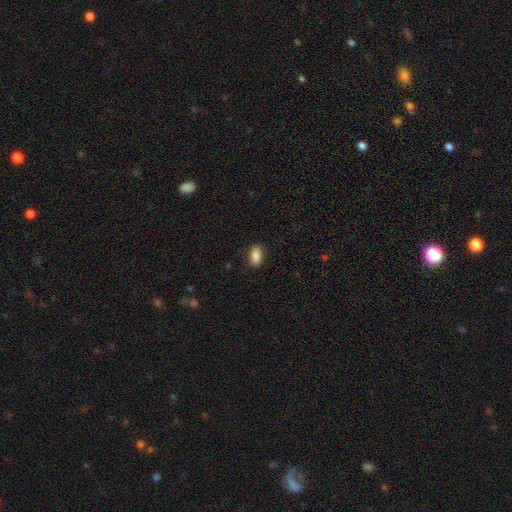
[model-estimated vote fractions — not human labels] A smooth galaxy with no disk features (88%) that is in between round and cigar-shaped (91%).

Vote fractions:
- Smooth or featured? smooth: 88% / star or artifact: 8% / featured or disk: 4%
- How rounded? in between: 91% / round: 6% / cigar-shaped: 3%
- Merging? none: 86% / minor disturbance: 10% / major disturbance: 3% / merger: 1%